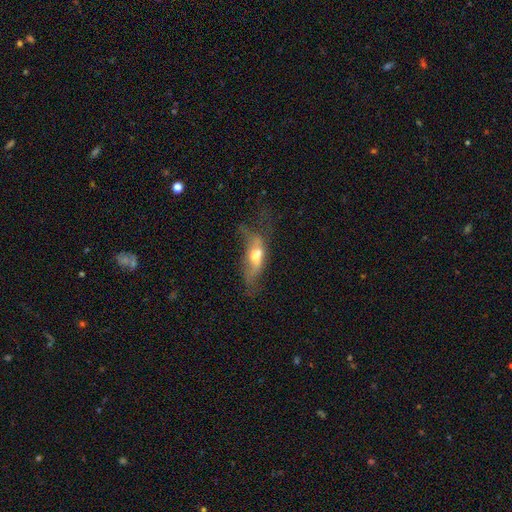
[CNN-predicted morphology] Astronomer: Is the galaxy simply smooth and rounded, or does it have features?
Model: featured or disk — 48% (runner-up: smooth, 42%).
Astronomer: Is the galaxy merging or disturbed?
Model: major disturbance — 35% (runner-up: merger, 26%).